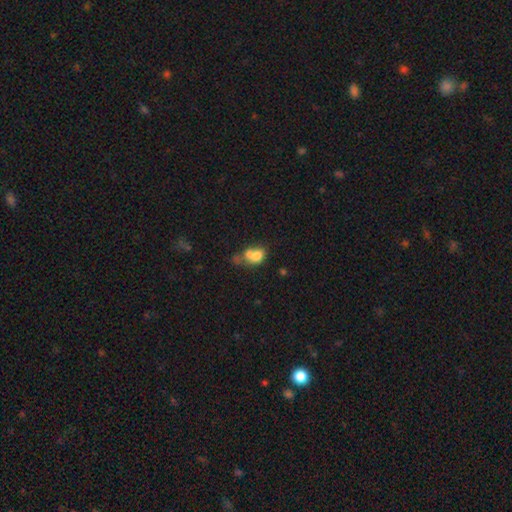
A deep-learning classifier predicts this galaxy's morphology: Smooth or featured?
  - smooth: 70% *
  - featured or disk: 20%
  - star or artifact: 11%
How rounded?
  - in between: 52% *
  - round: 47%
  - cigar-shaped: 1%
Merging?
  - merger: 61% *
  - none: 22%
  - minor disturbance: 10%
  - major disturbance: 7%